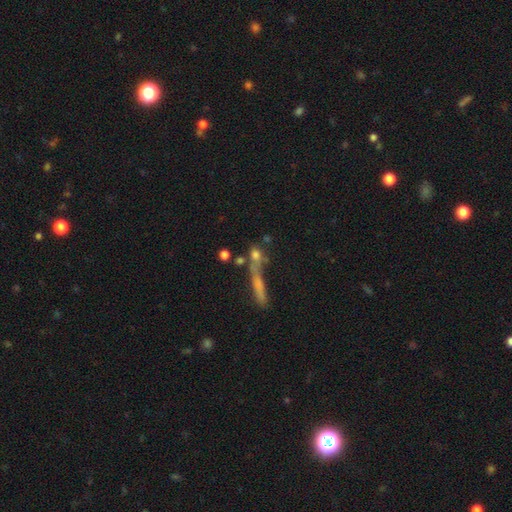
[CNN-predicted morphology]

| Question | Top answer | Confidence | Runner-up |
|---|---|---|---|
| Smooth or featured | smooth | 60% | featured or disk (23%) |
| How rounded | round | 42% | cigar-shaped (39%) |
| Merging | none | 49% | merger (27%) |